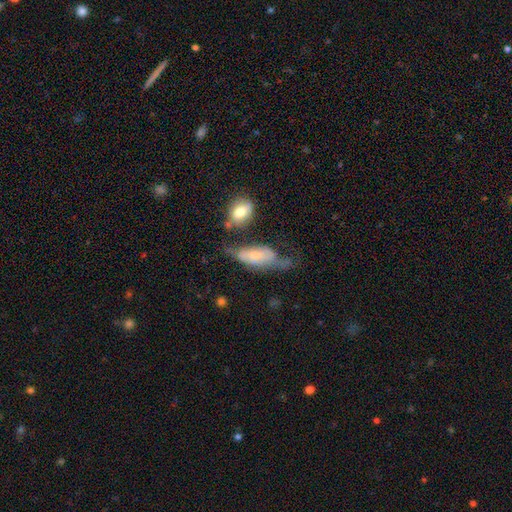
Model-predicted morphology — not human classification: smooth-or-featured: featured or disk: 48% | smooth: 44% | star or artifact: 8%
  merging: major disturbance: 36% | minor disturbance: 26% | none: 26% | merger: 12%